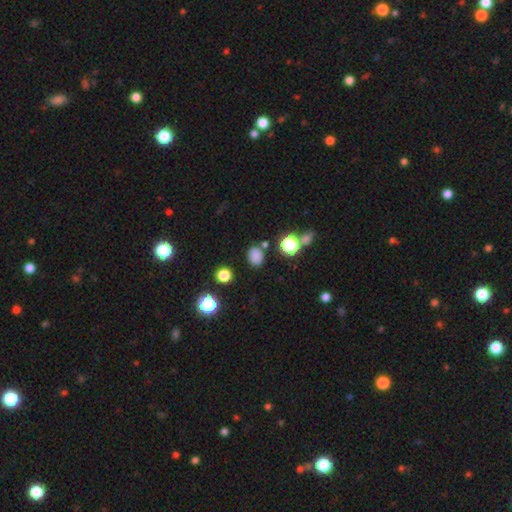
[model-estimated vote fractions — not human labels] Smooth or featured? Predicted: smooth (p=0.79). How rounded? Predicted: in between (p=0.56). Merging? Predicted: none (p=0.78).